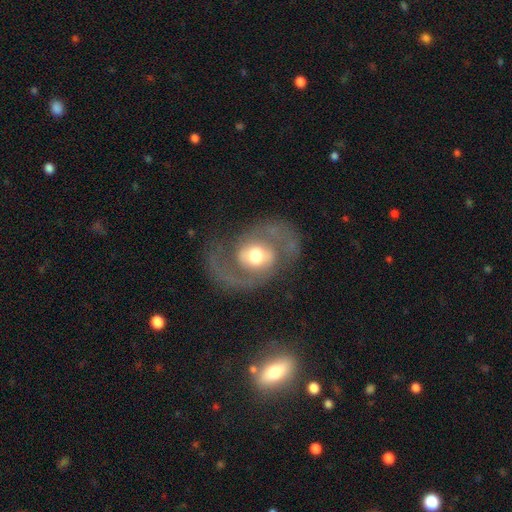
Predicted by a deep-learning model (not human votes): The model was most divided on "spiral winding": medium: 50%, loose: 31%, tight: 18%. More confident: edge-on disk — no (96%); spiral arm count — 2 (90%); spiral arms — yes (82%); smooth or featured — featured or disk (81%); merging — none (74%); bulge size — moderate (60%); bar — no (54%).